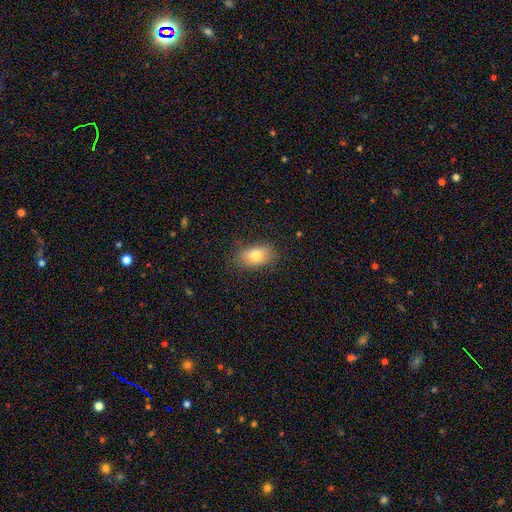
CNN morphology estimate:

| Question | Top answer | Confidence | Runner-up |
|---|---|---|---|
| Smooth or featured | smooth | 78% | featured or disk (13%) |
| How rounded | in between | 86% | round (12%) |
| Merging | none | 83% | minor disturbance (13%) |